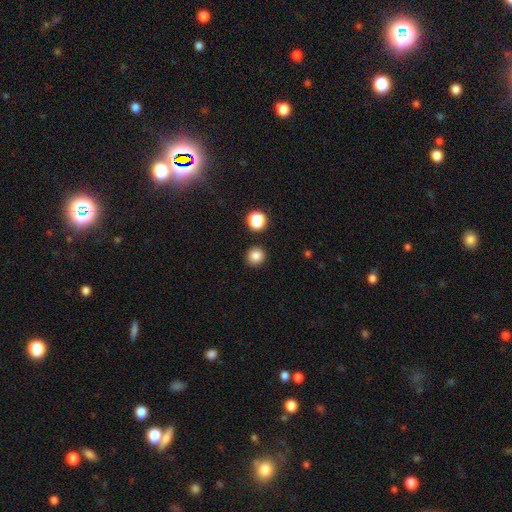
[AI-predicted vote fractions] The model was most divided on "smooth or featured": smooth: 84%, star or artifact: 12%, featured or disk: 4%. More confident: how rounded — round (91%); merging — none (90%).